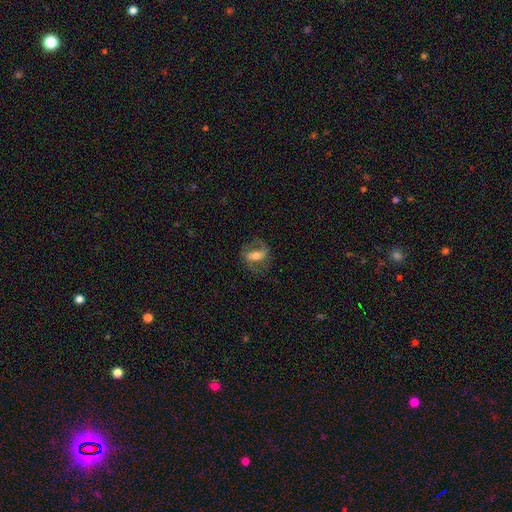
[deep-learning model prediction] Overall: featured or disk (69%). Edge-on disk: no (91%). Bar: strong (49%; weak 33%). Spiral arms: yes (84%). Spiral arm count: 2 (85%). Spiral winding: medium (48%; loose 32%). Bulge size: moderate (57%; small 22%). Merging: none (71%).